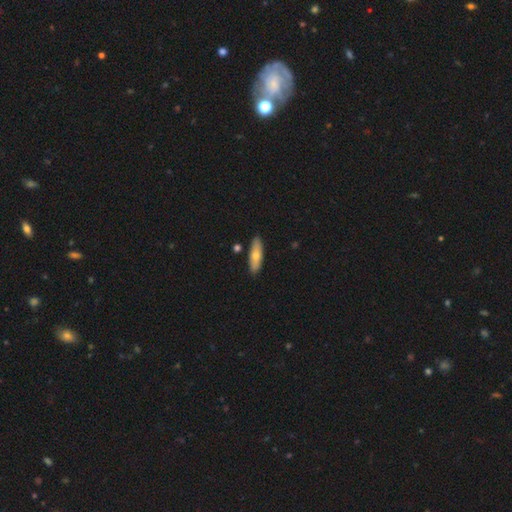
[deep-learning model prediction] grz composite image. It shows a smooth galaxy with no disk features (65%) that is cigar-shaped (49%). Merging: none (87%).